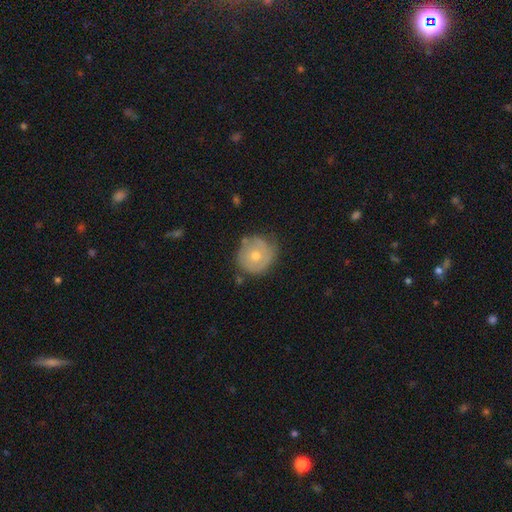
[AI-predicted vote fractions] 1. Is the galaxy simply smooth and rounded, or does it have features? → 50% featured or disk, 43% smooth, 8% star or artifact.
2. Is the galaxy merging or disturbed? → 71% none, 21% minor disturbance, 6% major disturbance, 2% merger.